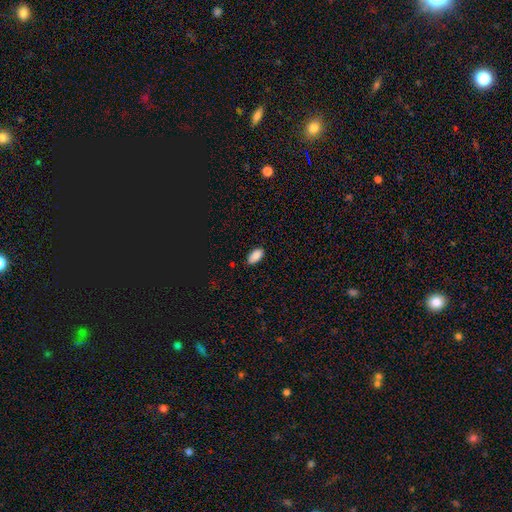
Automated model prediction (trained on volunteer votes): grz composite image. It shows a smooth galaxy with no disk features (89%) that is in between round and cigar-shaped (93%). Merging: none (85%).